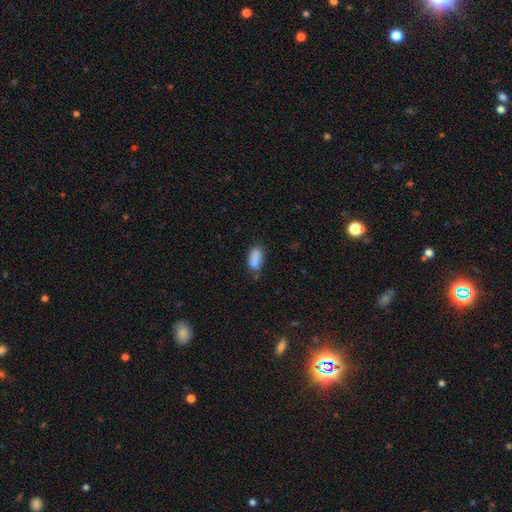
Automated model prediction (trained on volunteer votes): Overall: smooth (84%). How rounded: in between (88%). Merging: none (63%; minor disturbance 23%).